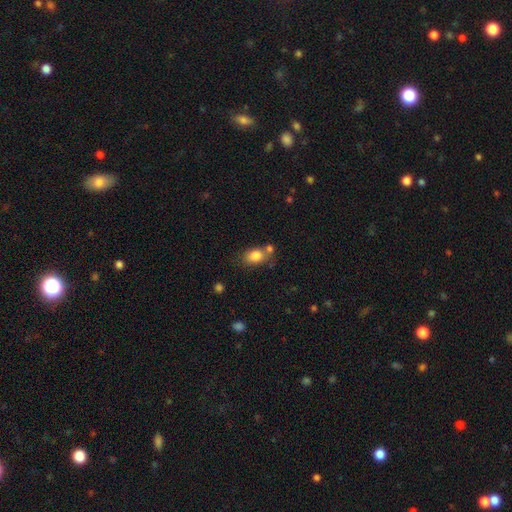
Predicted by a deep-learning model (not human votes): This appears to be a smooth galaxy with no disk features (83%) that is in between round and cigar-shaped (77%). Merging: none (55%).